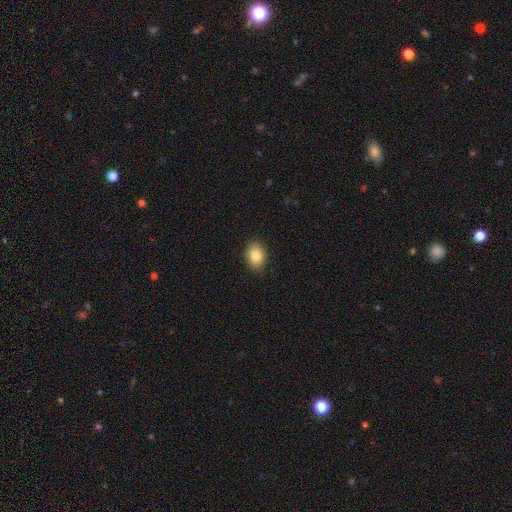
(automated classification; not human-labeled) Morphology: type=smooth (85%); roundness=in between (74%); merging=none (90%).